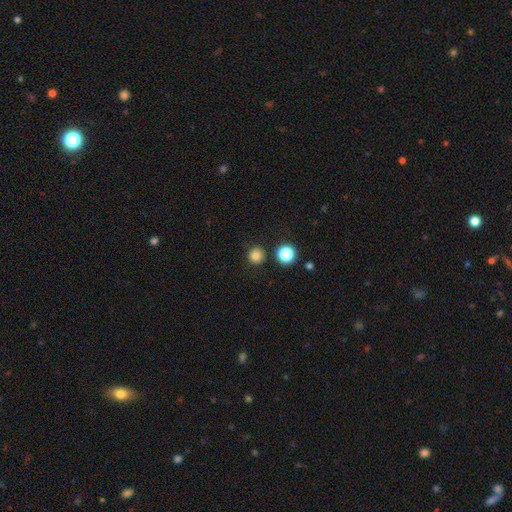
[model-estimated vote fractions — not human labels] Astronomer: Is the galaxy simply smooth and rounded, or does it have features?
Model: smooth — 81%.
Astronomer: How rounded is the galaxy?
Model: round — 95%.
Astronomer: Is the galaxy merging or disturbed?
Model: none — 88%.